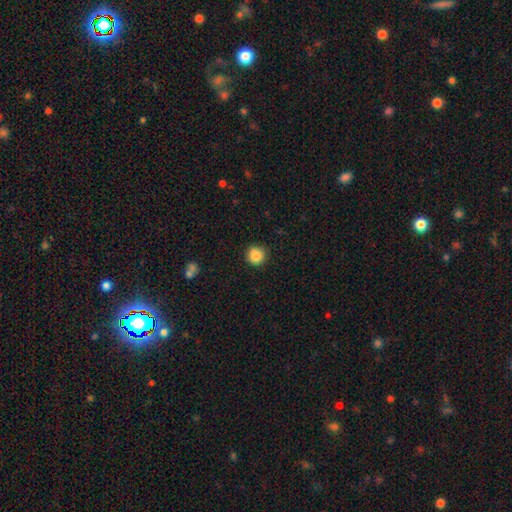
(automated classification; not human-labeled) Morphology: type=smooth (86%); roundness=round (93%); merging=none (89%).